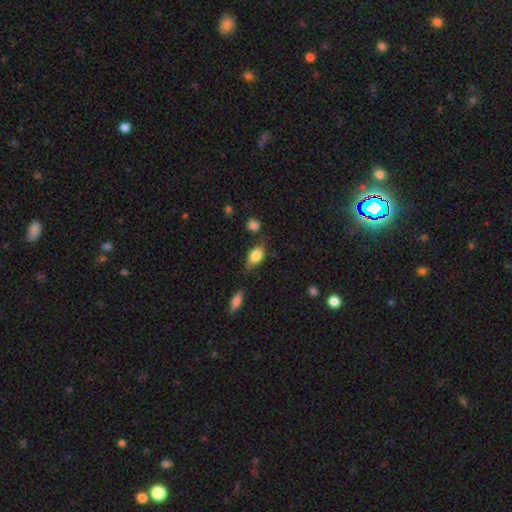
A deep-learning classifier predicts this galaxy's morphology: Overall: smooth (73%). How rounded: in between (83%). Merging: none (63%; minor disturbance 24%).